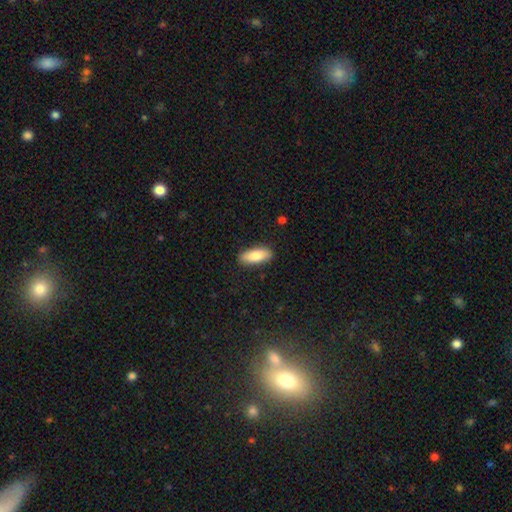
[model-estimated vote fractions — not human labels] A smooth galaxy with no disk features (81%) that is in between round and cigar-shaped (76%). Merging: none (89%).